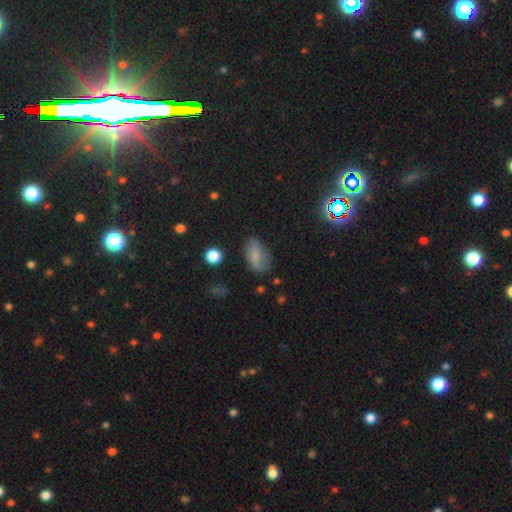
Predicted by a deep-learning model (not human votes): This is likely a smooth galaxy (73%). How rounded: clearly in between (90%). Merging: likely none (72%).